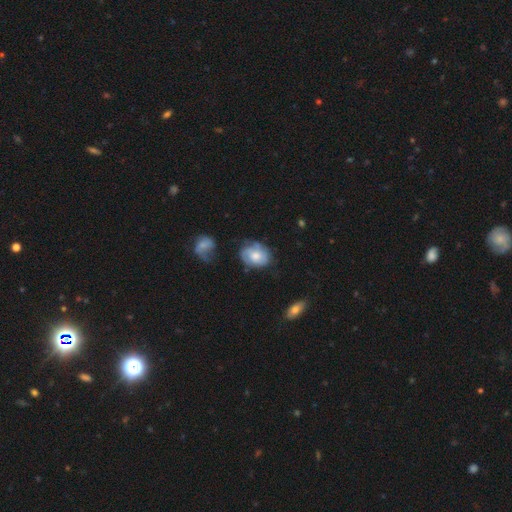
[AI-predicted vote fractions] Smooth or featured?
  - smooth: 49% *
  - featured or disk: 43%
  - star or artifact: 7%
Merging?
  - none: 56% *
  - minor disturbance: 29%
  - major disturbance: 11%
  - merger: 4%